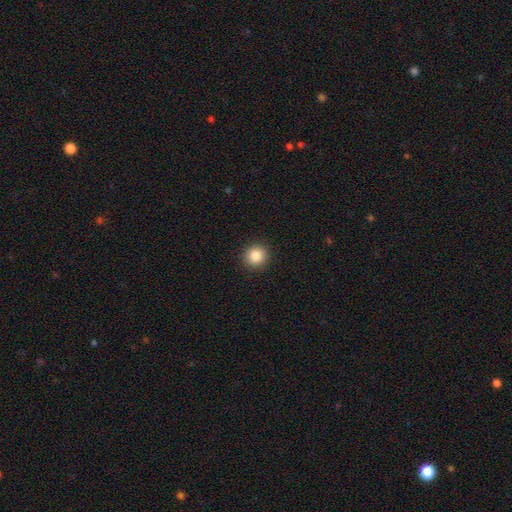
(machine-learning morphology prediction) This is clearly a smooth galaxy (85%). How rounded: clearly round (90%). Merging: clearly none (92%).